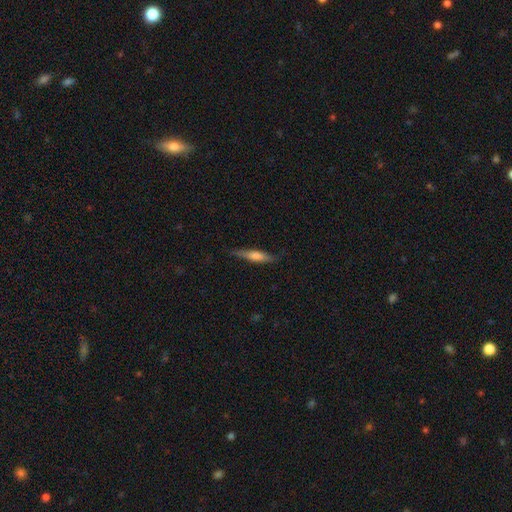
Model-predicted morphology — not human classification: smooth_or_featured: smooth (p=0.54) [alt: featured or disk p=0.40]
how_rounded: cigar-shaped (p=0.84) [alt: in between p=0.14]
merging: none (p=0.80) [alt: minor disturbance p=0.16]